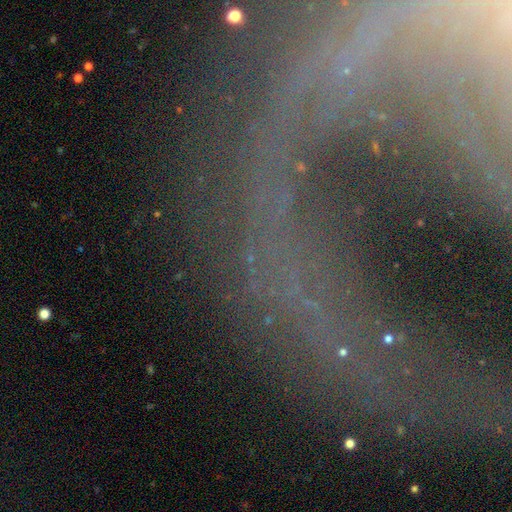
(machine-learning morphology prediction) Overall: featured or disk (51%; star or artifact 34%). Edge-on disk: no (74%). Merging: none (60%).